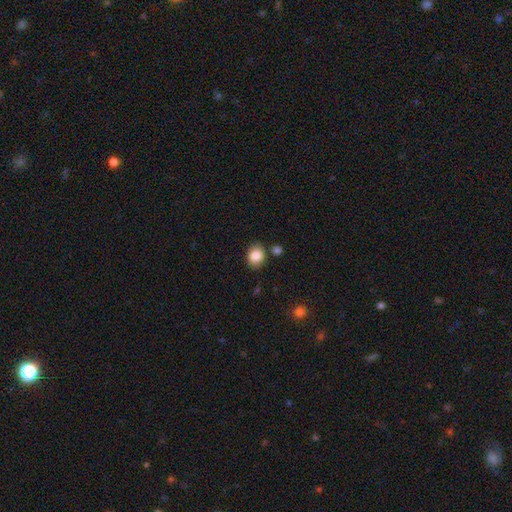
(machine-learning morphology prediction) Q: Smooth or featured?
A: smooth (86%); runner-up: star or artifact (9%)
Q: How rounded?
A: round (55%); runner-up: in between (44%)
Q: Merging?
A: none (79%); runner-up: minor disturbance (12%)